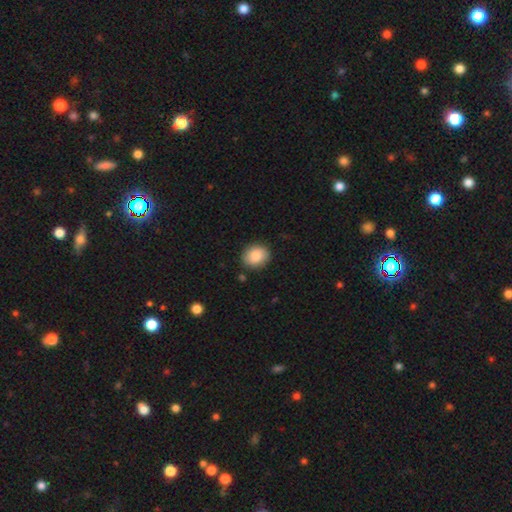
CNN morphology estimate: smooth-or-featured: smooth: 85% | featured or disk: 8% | star or artifact: 7%
  how-rounded: round: 71% | in between: 28% | cigar-shaped: 1%
  merging: none: 87% | minor disturbance: 9% | major disturbance: 2% | merger: 2%